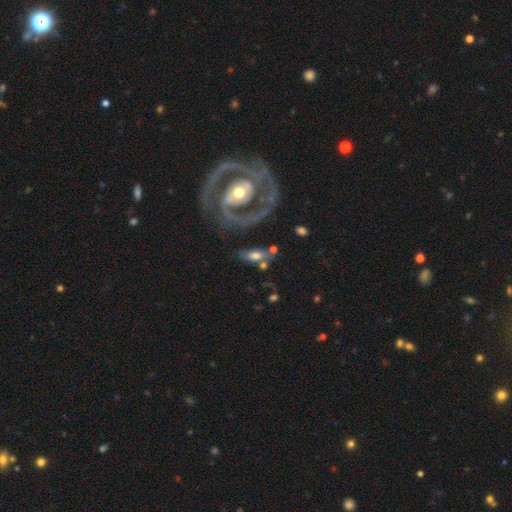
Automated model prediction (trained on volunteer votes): Smooth or featured? Predicted: featured or disk (p=0.46). Merging? Predicted: none (p=0.49).